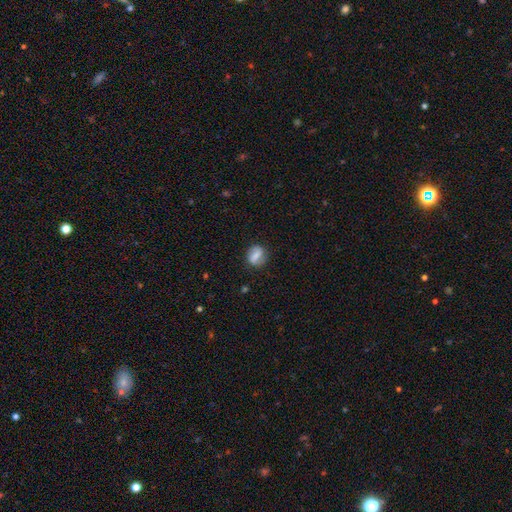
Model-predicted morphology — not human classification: This is possibly a smooth galaxy (49%). Merging: clearly none (82%).